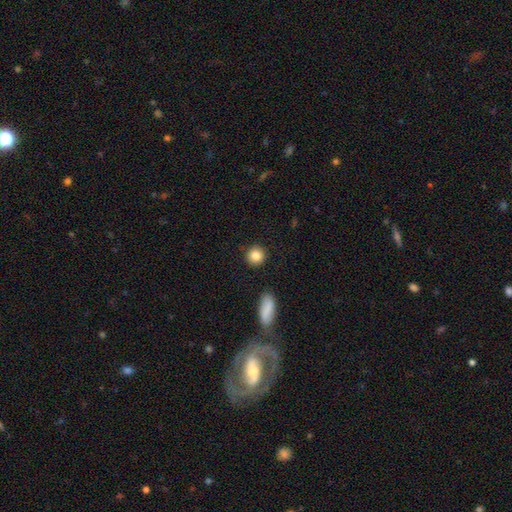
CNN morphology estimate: A smooth galaxy with no disk features (85%) that is round (89%). Merging: none (90%).